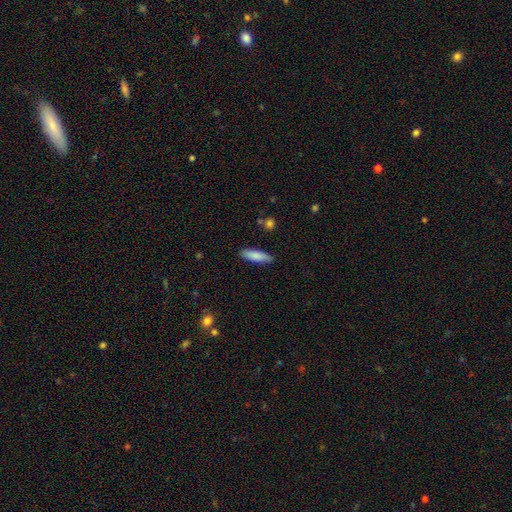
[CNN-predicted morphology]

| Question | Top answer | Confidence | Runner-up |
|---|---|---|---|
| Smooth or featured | smooth | 85% | featured or disk (9%) |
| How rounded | cigar-shaped | 54% | in between (44%) |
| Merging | none | 86% | minor disturbance (10%) |